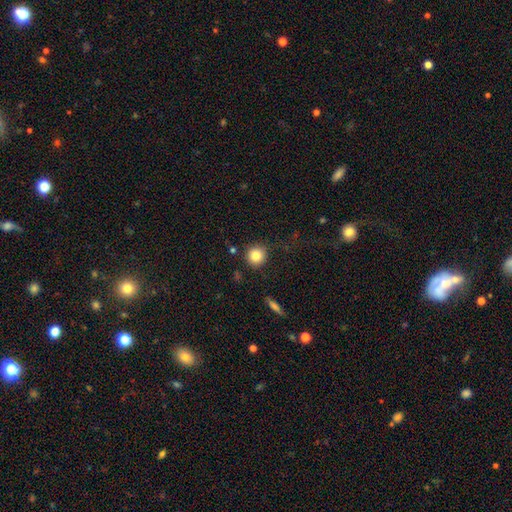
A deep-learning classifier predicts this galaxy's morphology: The model was most divided on "smooth or featured": smooth: 83%, star or artifact: 10%, featured or disk: 7%. More confident: how rounded — round (94%); merging — none (86%).